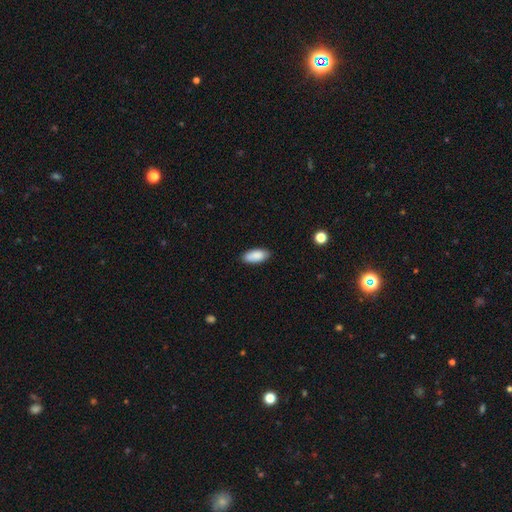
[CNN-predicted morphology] This appears to be a smooth galaxy with no disk features (88%) that is in between round and cigar-shaped (89%). Merging: none (85%).